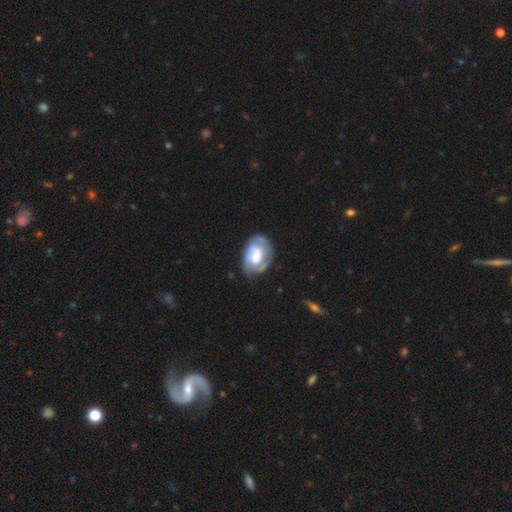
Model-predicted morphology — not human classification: smooth_or_featured: featured or disk (p=0.68) [alt: smooth p=0.26]
disk_edge_on: no (p=0.97) [alt: yes p=0.03]
bar: no (p=0.58) [alt: weak p=0.33]
has_spiral_arms: yes (p=0.81) [alt: no p=0.19]
spiral_winding: tight (p=0.51) [alt: medium p=0.36]
spiral_arm_count: 2 (p=0.39) [alt: can't tell p=0.31]
bulge_size: moderate (p=0.37) [alt: large p=0.36]
merging: none (p=0.56) [alt: minor disturbance p=0.27]